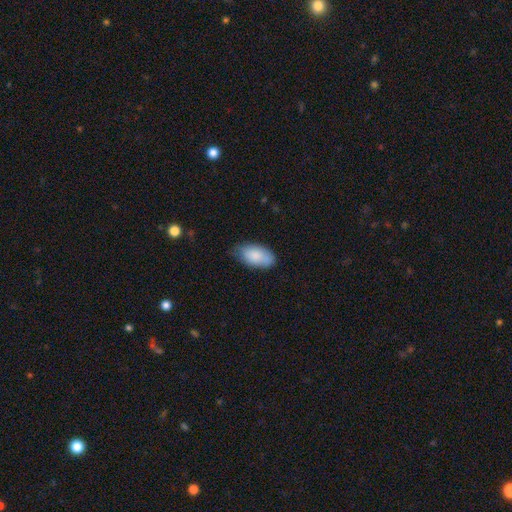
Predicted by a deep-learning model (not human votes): Overall: smooth (86%). How rounded: in between (95%). Merging: none (67%).